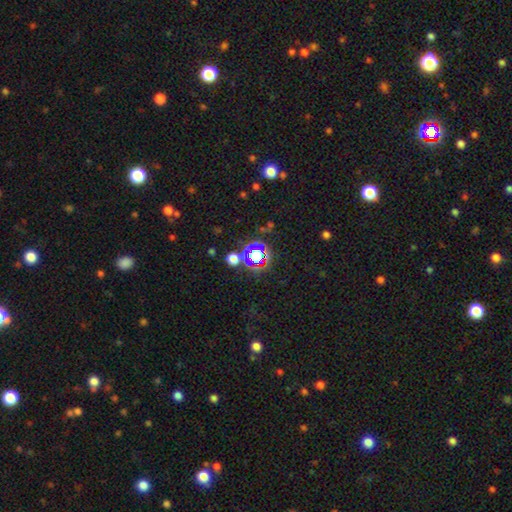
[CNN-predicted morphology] Smooth or featured? star or artifact (64%)